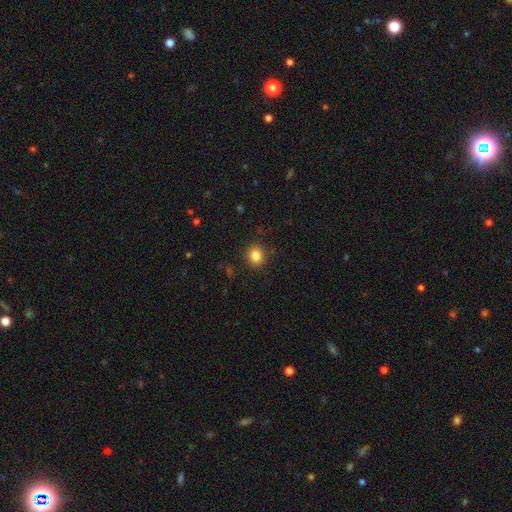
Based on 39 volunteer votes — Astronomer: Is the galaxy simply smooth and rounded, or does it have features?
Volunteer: smooth — 85%.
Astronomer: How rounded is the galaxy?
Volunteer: round — 88%.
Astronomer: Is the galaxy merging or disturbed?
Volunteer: none — 97%.